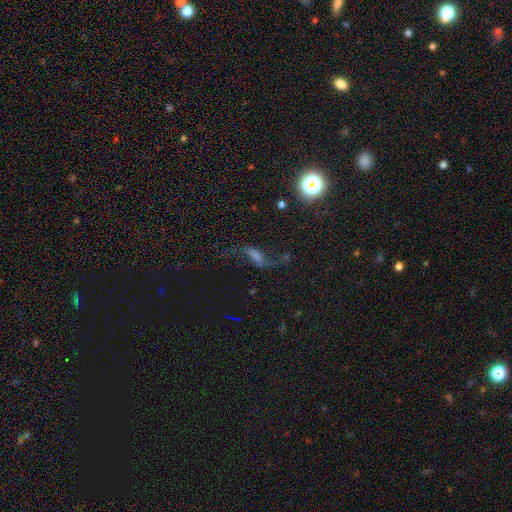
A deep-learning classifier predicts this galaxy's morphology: A featured or disk galaxy (55%).

Vote fractions:
- Smooth or featured? featured or disk: 55% / star or artifact: 24% / smooth: 21%
- Edge-on disk? no: 84% / yes: 16%
- Merging? none: 61% / major disturbance: 19% / minor disturbance: 16% / merger: 4%